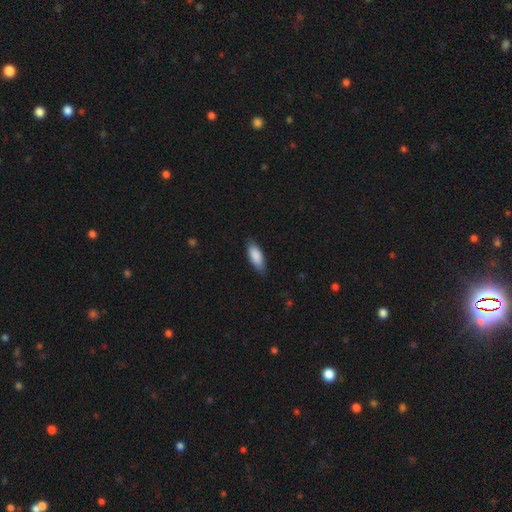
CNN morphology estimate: smooth 86%, featured or disk 8%, star or artifact 5%. Down the decision tree: how rounded — in between (79%); merging — none (80%).